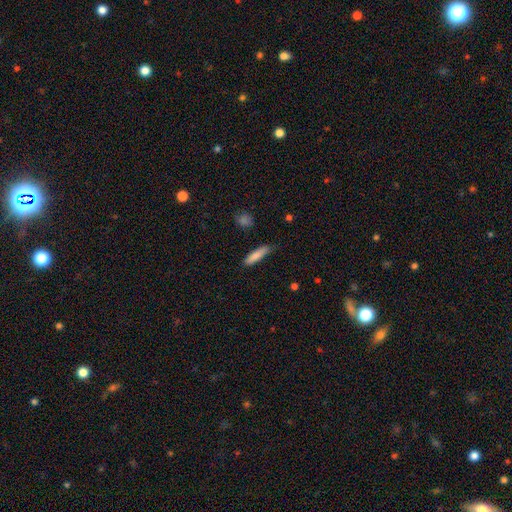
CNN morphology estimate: This appears to be a smooth galaxy with no disk features (83%) that is cigar-shaped (79%). Merging: none (73%).